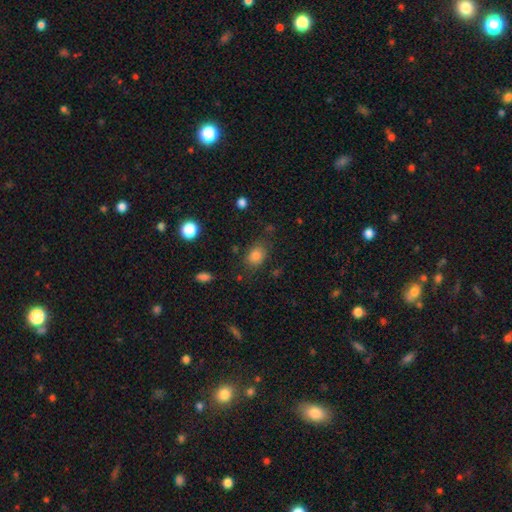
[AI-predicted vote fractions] This appears to be a smooth galaxy with no disk features (82%) that is in between round and cigar-shaped (63%). Merging: none (74%).